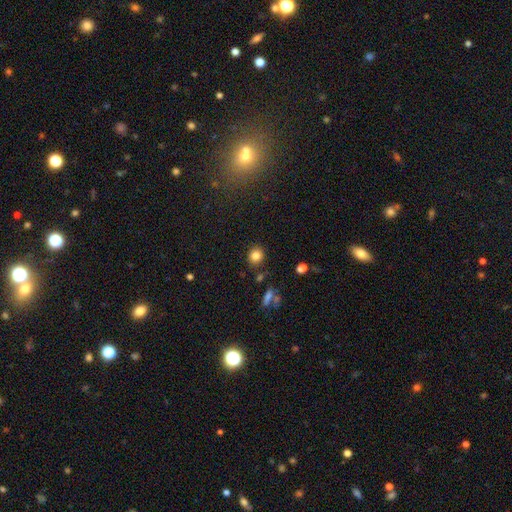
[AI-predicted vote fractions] A smooth galaxy with no disk features (83%) that is round (81%). Merging: none (85%).